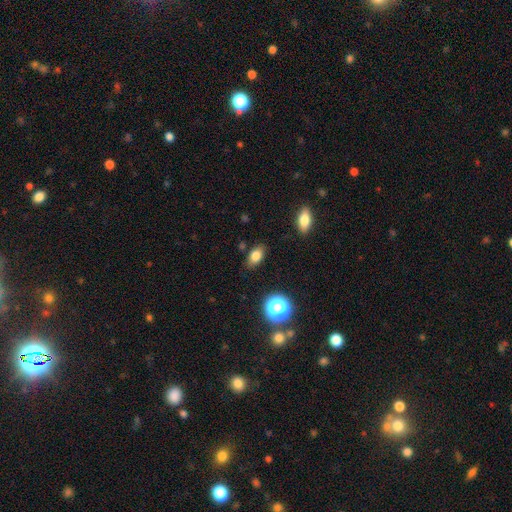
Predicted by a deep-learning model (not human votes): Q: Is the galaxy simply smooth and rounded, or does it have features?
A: smooth — 82%.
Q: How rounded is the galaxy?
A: in between — 84%.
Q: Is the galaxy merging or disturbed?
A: none — 83%.